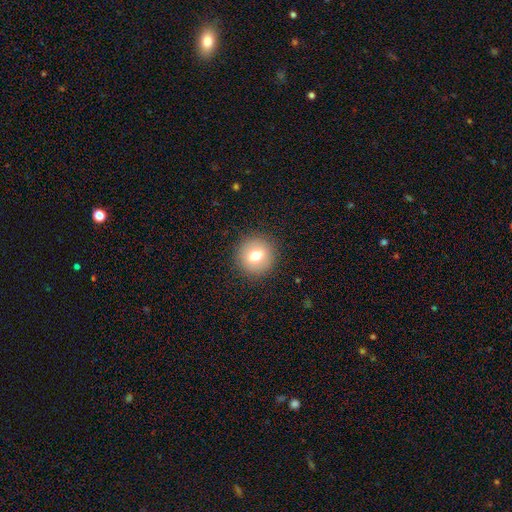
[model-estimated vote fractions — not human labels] Q: Smooth or featured?
A: smooth (75%); runner-up: featured or disk (15%)
Q: How rounded?
A: round (90%); runner-up: in between (9%)
Q: Merging?
A: none (90%); runner-up: minor disturbance (7%)